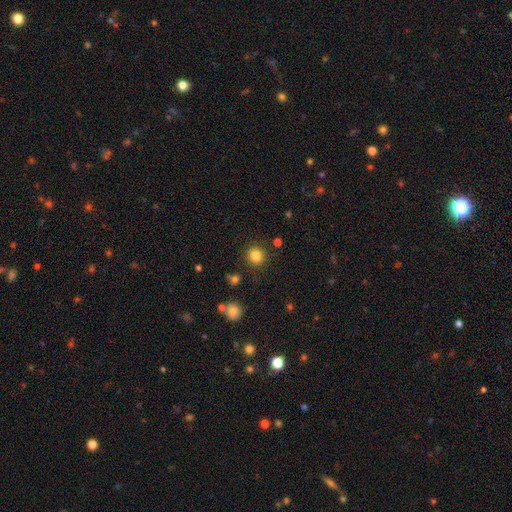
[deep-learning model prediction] Smooth or featured? Predicted: smooth (p=0.83). How rounded? Predicted: round (p=0.90). Merging? Predicted: none (p=0.89).